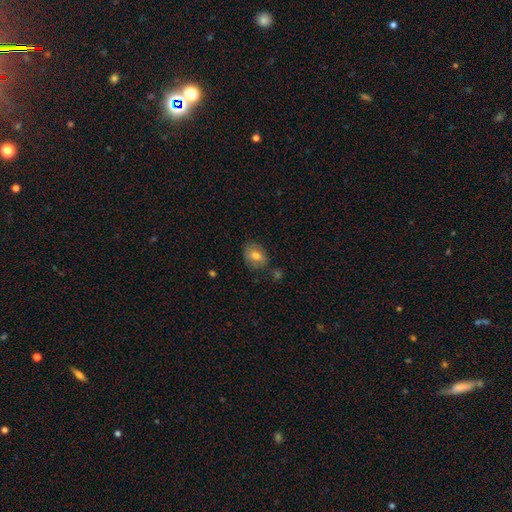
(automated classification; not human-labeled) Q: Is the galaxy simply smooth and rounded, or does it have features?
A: smooth — 72%.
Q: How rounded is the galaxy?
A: in between — 64%.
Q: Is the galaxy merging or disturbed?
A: none — 72%.